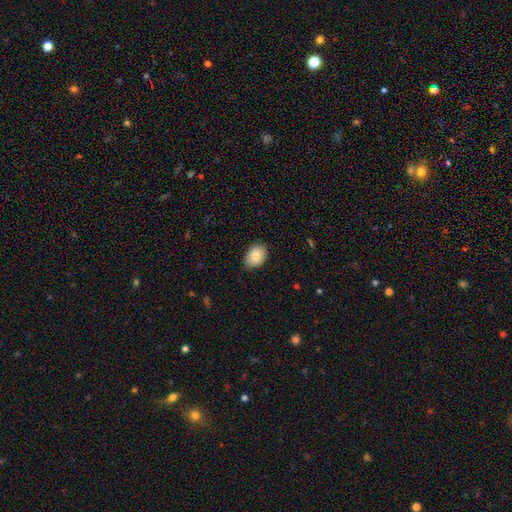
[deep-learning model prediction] Smooth or featured: smooth — 83% (featured or disk — 10%)
How rounded: in between — 78% (round — 21%)
Merging: none — 78% (minor disturbance — 19%)